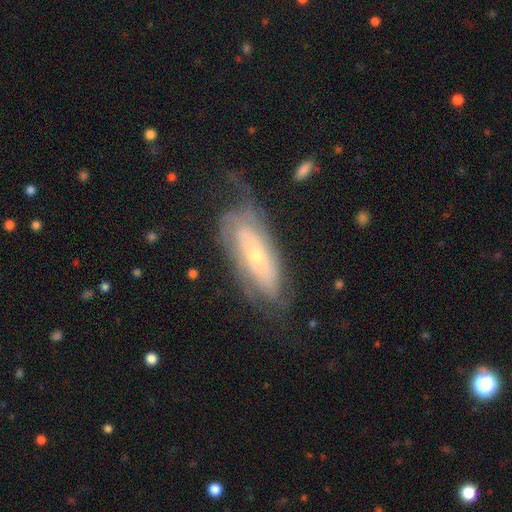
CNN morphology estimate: Smooth or featured?
  - featured or disk: 73% *
  - smooth: 20%
  - star or artifact: 6%
Edge-on disk?
  - no: 86% *
  - yes: 14%
Bar?
  - no: 72% *
  - weak: 20%
  - strong: 8%
Spiral arms?
  - yes: 80% *
  - no: 20%
Spiral winding?
  - tight: 58% *
  - medium: 28%
  - loose: 14%
Spiral arm count?
  - can't tell: 54% *
  - 2: 26%
  - 3: 7%
  - 1: 5%
  - 4: 5%
  - more than 4: 3%
Bulge size?
  - small: 67% *
  - moderate: 29%
  - large: 2%
  - none: 1%
  - dominant: 1%
Merging?
  - none: 53% *
  - minor disturbance: 24%
  - major disturbance: 20%
  - merger: 2%